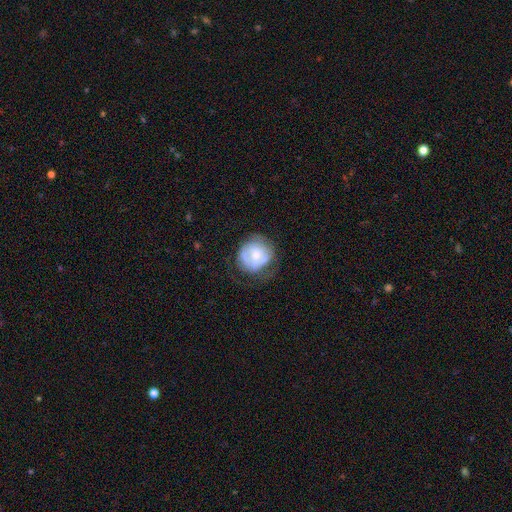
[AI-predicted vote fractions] Smooth or featured?
  - smooth: 47% *
  - featured or disk: 46%
  - star or artifact: 7%
Merging?
  - none: 53% *
  - minor disturbance: 27%
  - major disturbance: 18%
  - merger: 2%